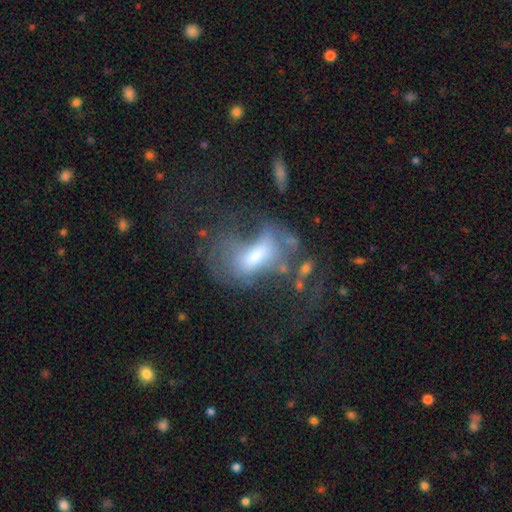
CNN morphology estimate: type=featured or disk (44%); merging=major disturbance (49%).